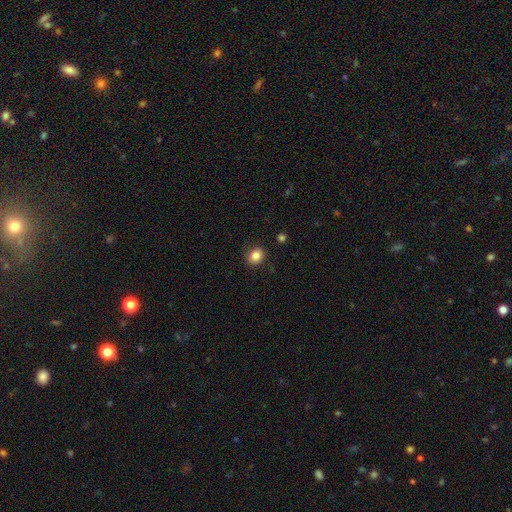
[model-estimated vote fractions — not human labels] Smooth or featured?
  - smooth: 84% *
  - star or artifact: 11%
  - featured or disk: 6%
How rounded?
  - round: 73% *
  - in between: 26%
  - cigar-shaped: 1%
Merging?
  - none: 88% *
  - minor disturbance: 8%
  - major disturbance: 2%
  - merger: 1%